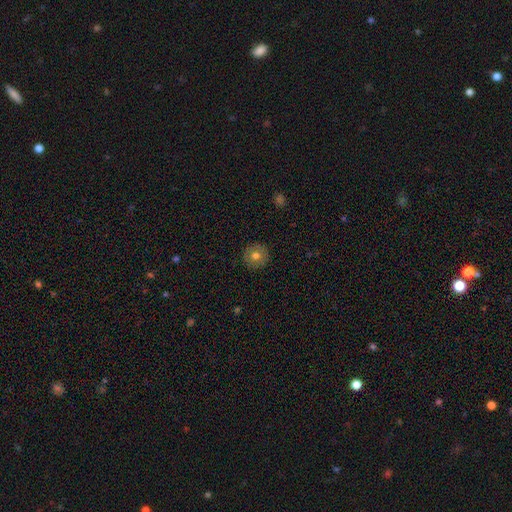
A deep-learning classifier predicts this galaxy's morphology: The model was most divided on "smooth or featured": smooth: 72%, featured or disk: 18%, star or artifact: 9%. More confident: how rounded — round (95%); merging — none (91%).